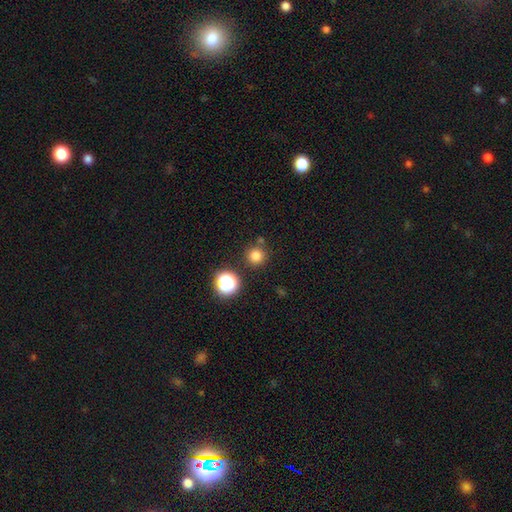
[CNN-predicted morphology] The model was most divided on "smooth or featured": smooth: 78%, star or artifact: 17%, featured or disk: 6%. More confident: how rounded — round (95%); merging — none (82%).